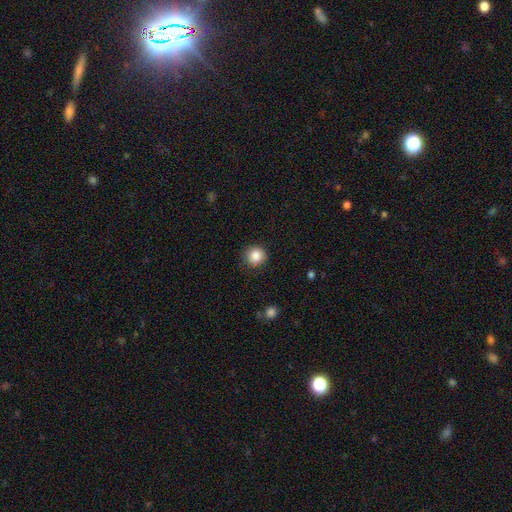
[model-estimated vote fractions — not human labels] Overall: smooth (86%). How rounded: round (93%). Merging: none (88%).